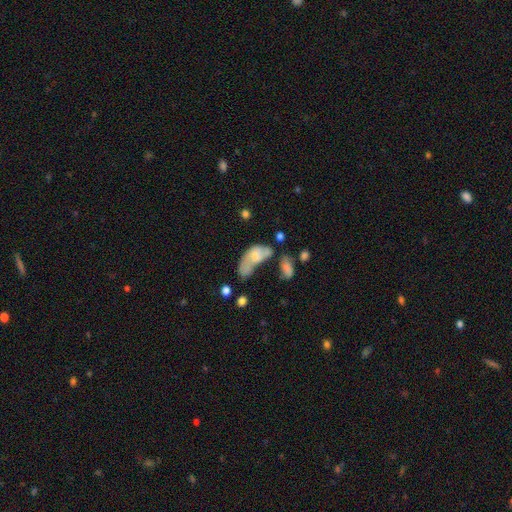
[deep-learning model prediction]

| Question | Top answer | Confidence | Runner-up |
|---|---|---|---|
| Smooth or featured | smooth | 63% | featured or disk (27%) |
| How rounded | in between | 87% | cigar-shaped (8%) |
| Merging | merger | 41% | major disturbance (31%) |